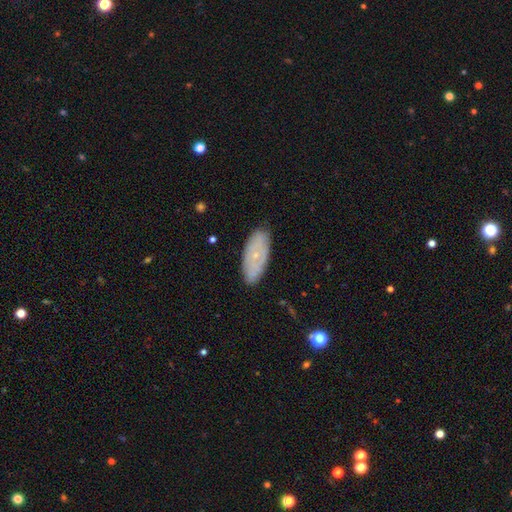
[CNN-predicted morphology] Smooth or featured?
  - smooth: 48% *
  - featured or disk: 44%
  - star or artifact: 8%
Merging?
  - none: 84% *
  - minor disturbance: 12%
  - major disturbance: 2%
  - merger: 1%